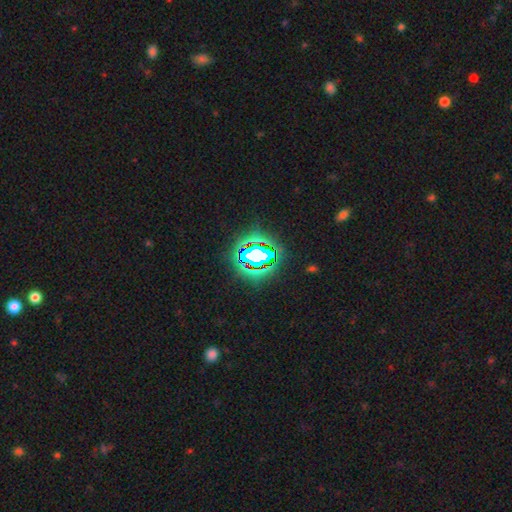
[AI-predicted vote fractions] Smooth or featured?
  - star or artifact: 72% *
  - smooth: 15%
  - featured or disk: 13%